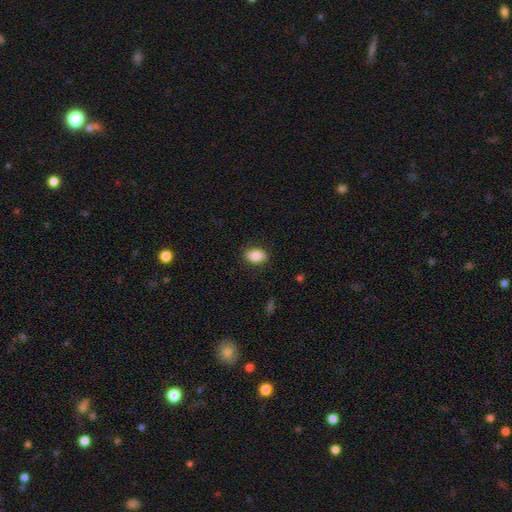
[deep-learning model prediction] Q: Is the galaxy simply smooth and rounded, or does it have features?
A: smooth — 84%.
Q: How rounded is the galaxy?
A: in between — 86%.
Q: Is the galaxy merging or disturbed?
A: none — 83%.